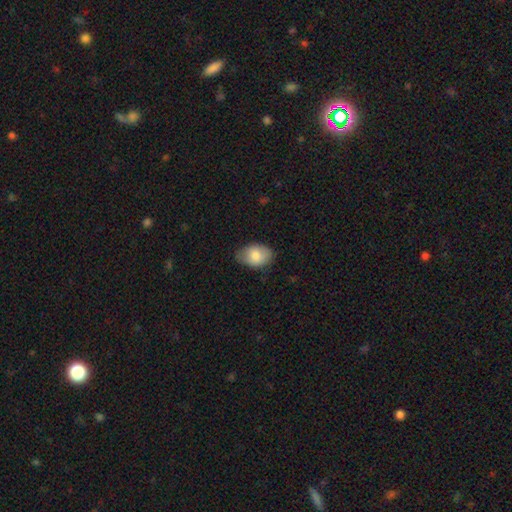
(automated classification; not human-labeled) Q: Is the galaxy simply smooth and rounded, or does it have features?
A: smooth — 82%.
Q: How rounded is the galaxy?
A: in between — 85%.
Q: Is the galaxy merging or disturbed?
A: none — 73%.